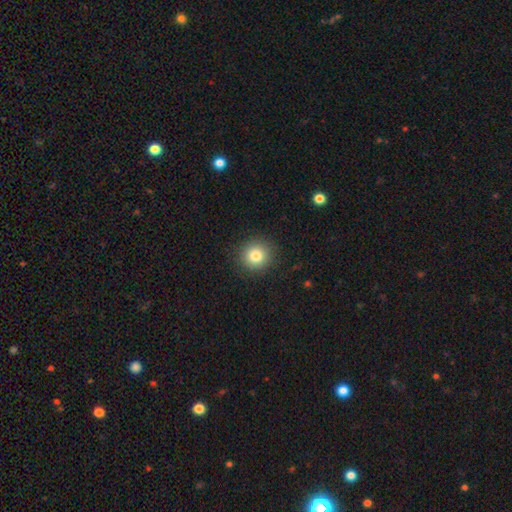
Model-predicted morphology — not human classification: The model was most divided on "smooth or featured": smooth: 82%, star or artifact: 11%, featured or disk: 7%. More confident: how rounded — round (92%); merging — none (91%).